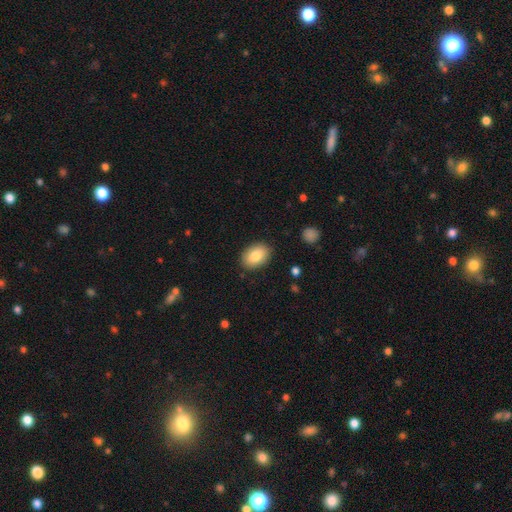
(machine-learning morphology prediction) type=smooth (84%); roundness=in between (83%); merging=none (87%).